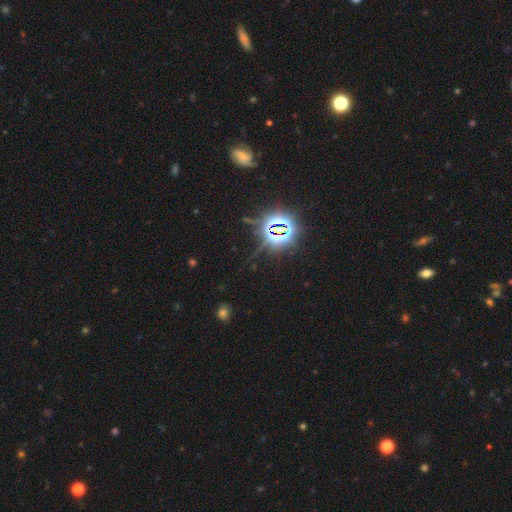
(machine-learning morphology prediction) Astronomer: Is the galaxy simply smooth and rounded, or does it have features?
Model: star or artifact — 81%.